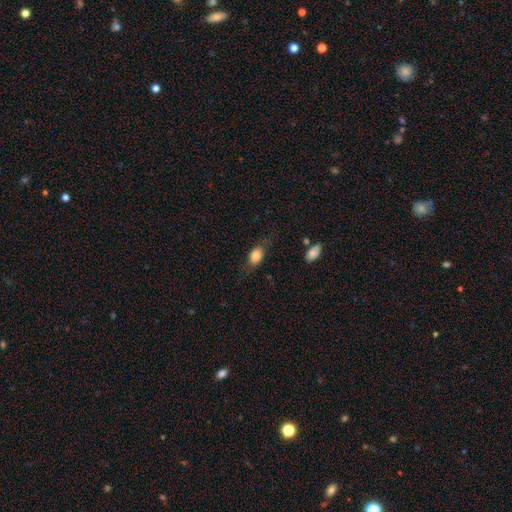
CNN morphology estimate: Smooth or featured? Predicted: smooth (p=0.78). How rounded? Predicted: in between (p=0.78). Merging? Predicted: none (p=0.66).